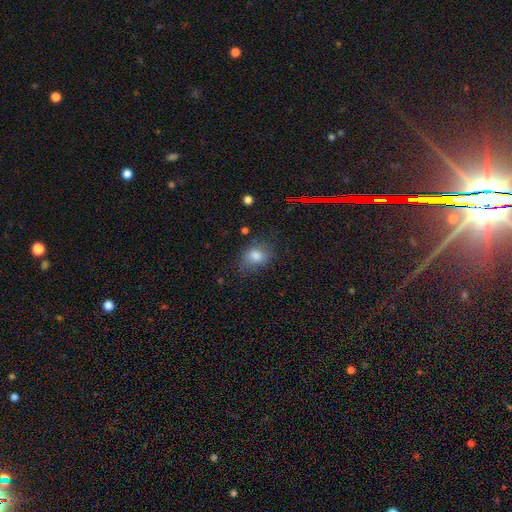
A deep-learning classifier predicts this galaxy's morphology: Smooth or featured: smooth — 76% (star or artifact — 12%)
How rounded: in between — 58% (round — 40%)
Merging: none — 60% (minor disturbance — 27%)